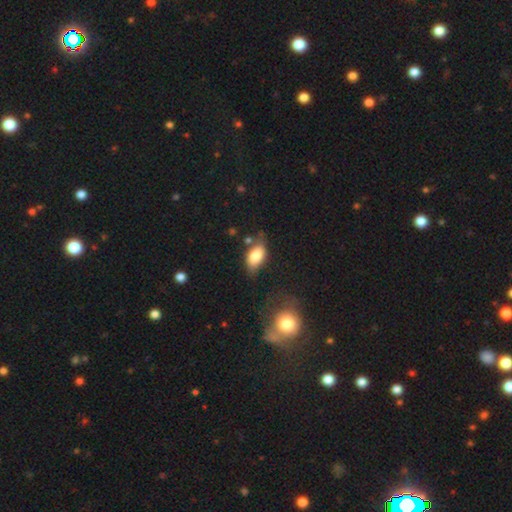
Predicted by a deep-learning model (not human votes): smooth 82%, featured or disk 11%, star or artifact 7%. Down the decision tree: how rounded — in between (92%); merging — none (62%).